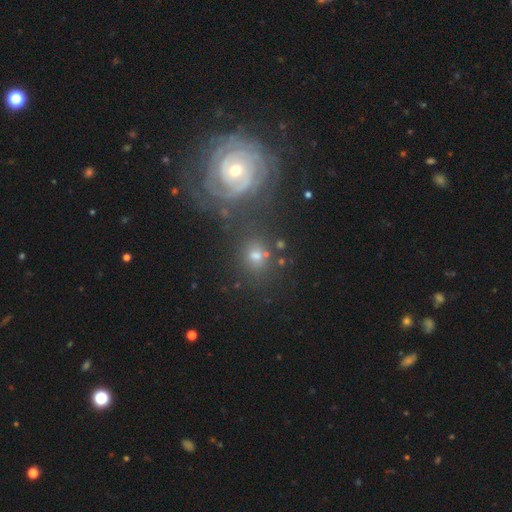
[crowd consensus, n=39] Volunteers were most divided on "how rounded": in between: 55%, round: 45%, cigar-shaped: 0%. More confident: merging — none (54%); smooth or featured — smooth (51%).